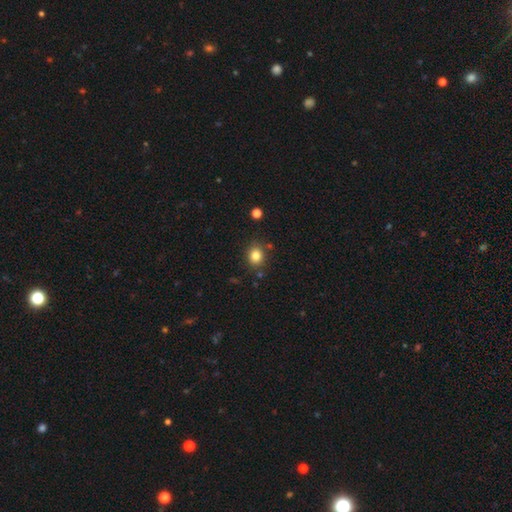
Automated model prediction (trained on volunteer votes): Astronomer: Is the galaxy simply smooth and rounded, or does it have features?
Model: smooth — 83%.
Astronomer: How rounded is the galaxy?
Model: round — 69%.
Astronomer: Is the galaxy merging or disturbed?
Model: none — 83%.